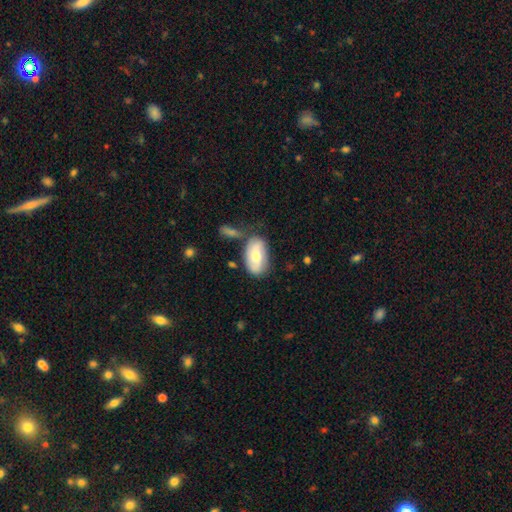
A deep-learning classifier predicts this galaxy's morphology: smooth_or_featured: smooth (p=0.63) [alt: featured or disk p=0.31]
how_rounded: in between (p=0.93) [alt: round p=0.04]
merging: none (p=0.59) [alt: minor disturbance p=0.20]